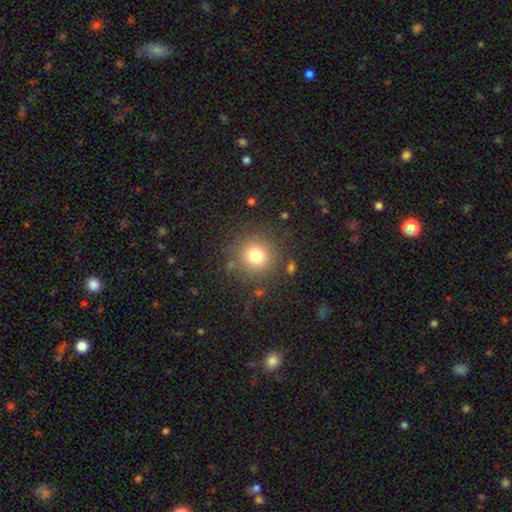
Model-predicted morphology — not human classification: Q: Smooth or featured?
A: smooth (77%); runner-up: star or artifact (14%)
Q: How rounded?
A: round (93%); runner-up: in between (6%)
Q: Merging?
A: none (85%); runner-up: minor disturbance (8%)